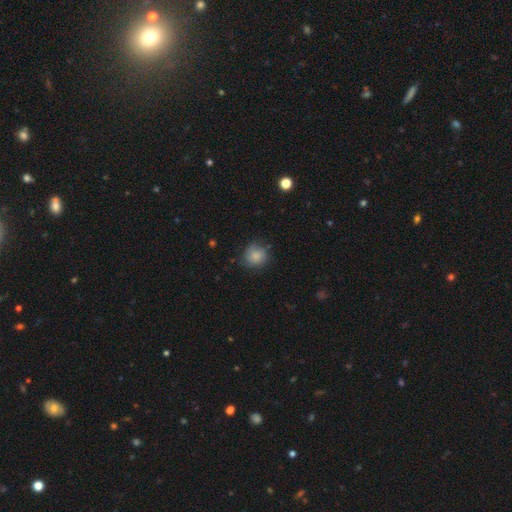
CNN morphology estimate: Smooth or featured? Predicted: smooth (p=0.82). How rounded? Predicted: round (p=0.87). Merging? Predicted: none (p=0.72).